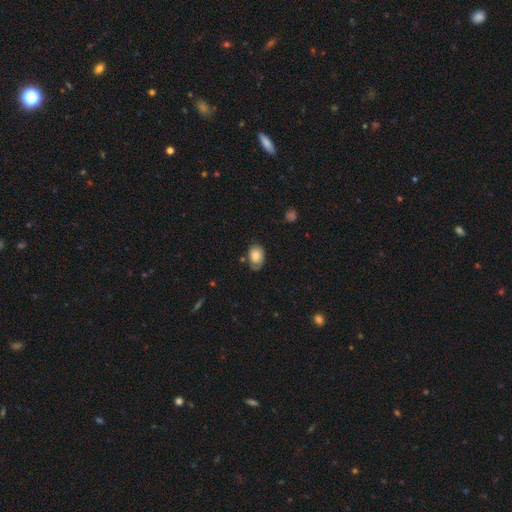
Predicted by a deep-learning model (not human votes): The model was most divided on "merging": none: 60%, minor disturbance: 29%, major disturbance: 7%, merger: 3%. More confident: smooth or featured — smooth (81%); how rounded — in between (78%).